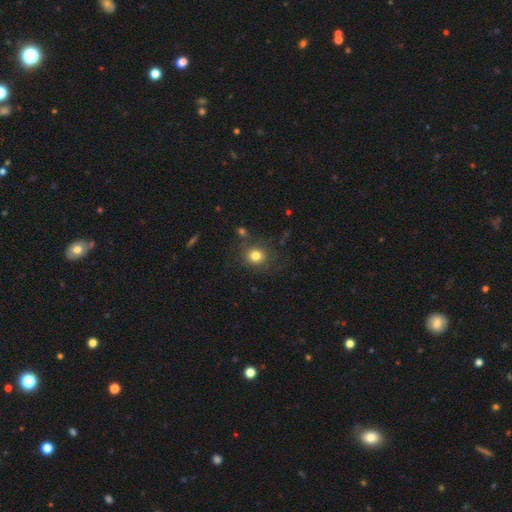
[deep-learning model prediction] smooth-or-featured: smooth: 80% | star or artifact: 12% | featured or disk: 8%
  how-rounded: round: 78% | in between: 21% | cigar-shaped: 1%
  merging: none: 78% | minor disturbance: 13% | major disturbance: 6% | merger: 4%